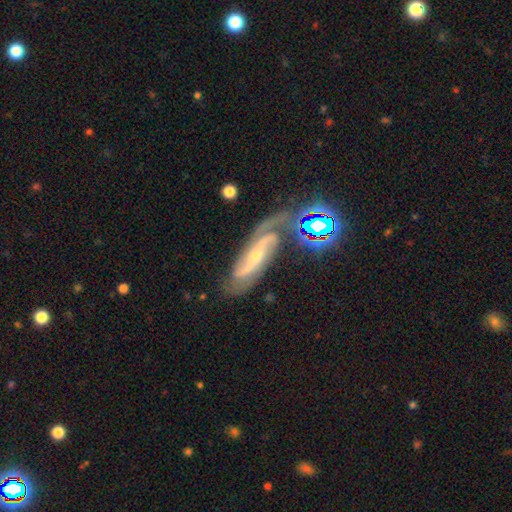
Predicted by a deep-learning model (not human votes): Smooth or featured?
  - featured or disk: 84% *
  - star or artifact: 9%
  - smooth: 7%
Edge-on disk?
  - no: 91% *
  - yes: 9%
Bar?
  - no: 37% *
  - weak: 32%
  - strong: 31%
Spiral arms?
  - yes: 97% *
  - no: 3%
Spiral winding?
  - medium: 49% *
  - tight: 30%
  - loose: 22%
Spiral arm count?
  - 2: 83% *
  - can't tell: 6%
  - 3: 4%
  - 1: 3%
  - 4: 2%
  - more than 4: 2%
Bulge size?
  - small: 65% *
  - moderate: 31%
  - none: 1%
  - large: 1%
  - dominant: 1%
Merging?
  - none: 64% *
  - minor disturbance: 20%
  - major disturbance: 10%
  - merger: 7%